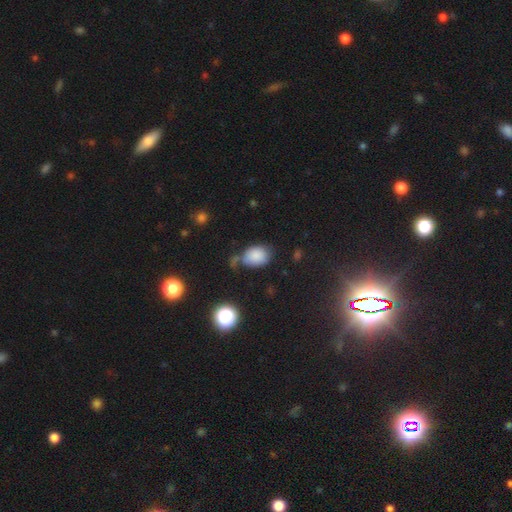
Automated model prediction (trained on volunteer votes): Overall: smooth (82%). How rounded: in between (70%). Merging: none (47%; minor disturbance 29%).